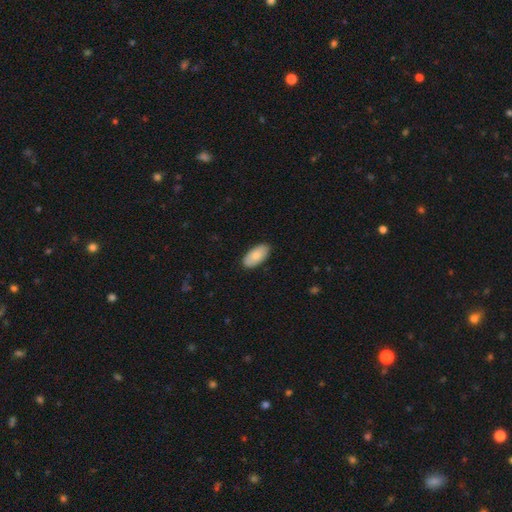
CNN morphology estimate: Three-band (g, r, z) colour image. It shows a smooth galaxy with no disk features (84%) that is in between round and cigar-shaped (95%). Merging: none (87%).